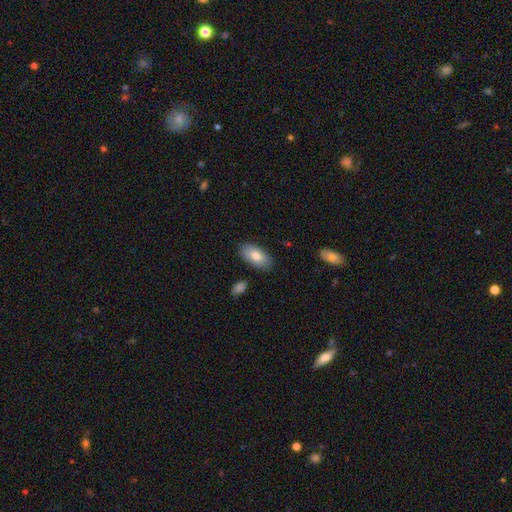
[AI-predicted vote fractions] Smooth or featured?
  - smooth: 78% *
  - featured or disk: 16%
  - star or artifact: 6%
How rounded?
  - in between: 92% *
  - cigar-shaped: 5%
  - round: 2%
Merging?
  - none: 85% *
  - minor disturbance: 11%
  - major disturbance: 2%
  - merger: 2%